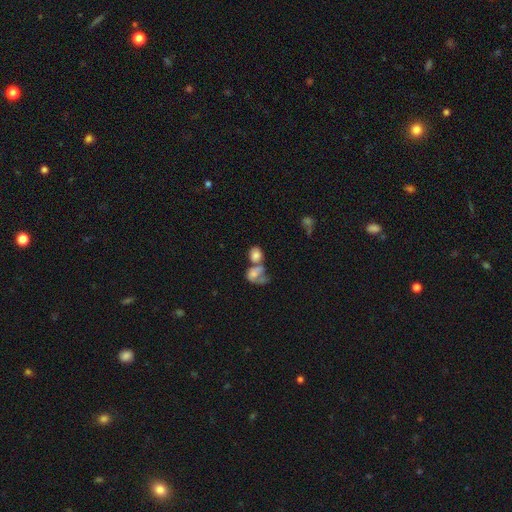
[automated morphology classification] smooth-or-featured: smooth: 73% | featured or disk: 17% | star or artifact: 10%
  how-rounded: round: 55% | in between: 44% | cigar-shaped: 1%
  merging: merger: 58% | none: 24% | minor disturbance: 9% | major disturbance: 9%